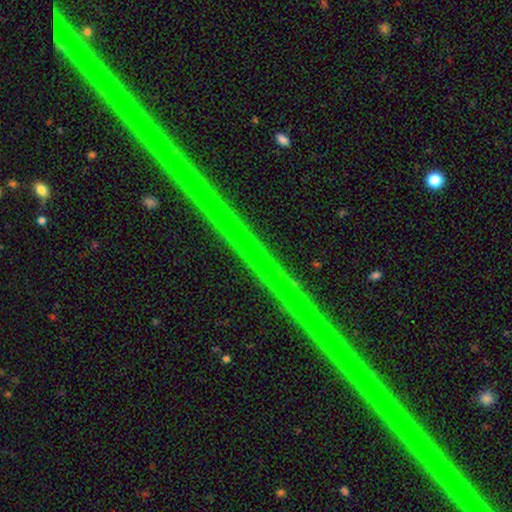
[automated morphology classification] Smooth or featured?
  - star or artifact: 84% *
  - featured or disk: 12%
  - smooth: 4%